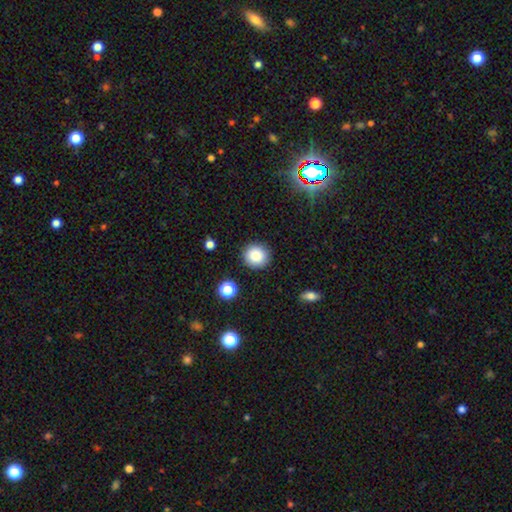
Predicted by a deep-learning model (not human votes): Morphology: type=smooth (85%); roundness=round (93%); merging=none (90%).